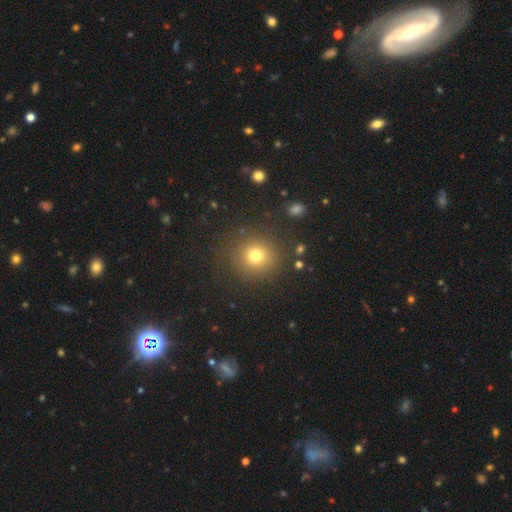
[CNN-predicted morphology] A smooth galaxy with no disk features (75%) that is round (90%).

Vote fractions:
- Smooth or featured? smooth: 75% / star or artifact: 16% / featured or disk: 8%
- How rounded? round: 90% / in between: 9% / cigar-shaped: 1%
- Merging? none: 86% / minor disturbance: 8% / major disturbance: 4% / merger: 2%